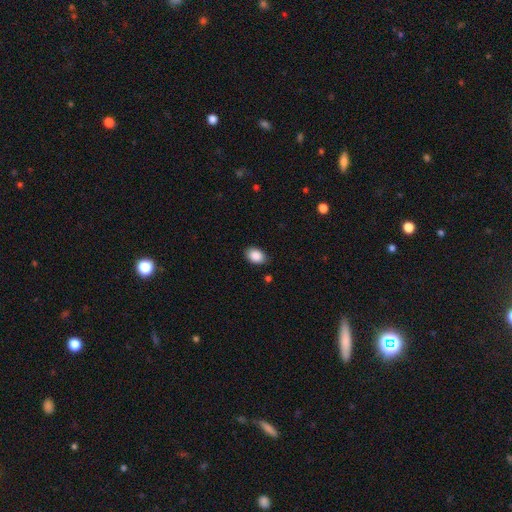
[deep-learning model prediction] smooth 89%, star or artifact 7%, featured or disk 4%. Down the decision tree: how rounded — in between (80%); merging — none (85%).